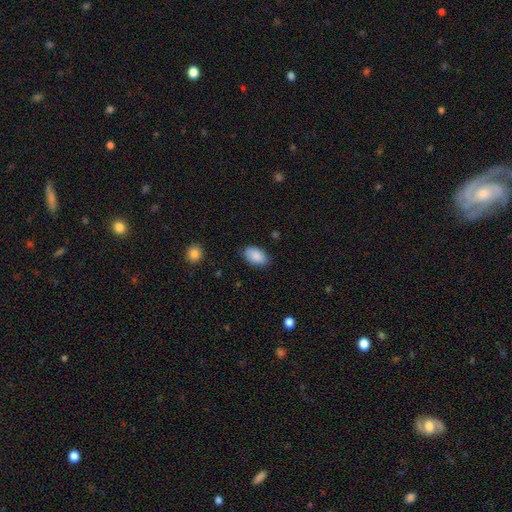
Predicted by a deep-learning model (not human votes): This is clearly a smooth galaxy (88%). How rounded: clearly in between (93%). Merging: clearly none (82%).